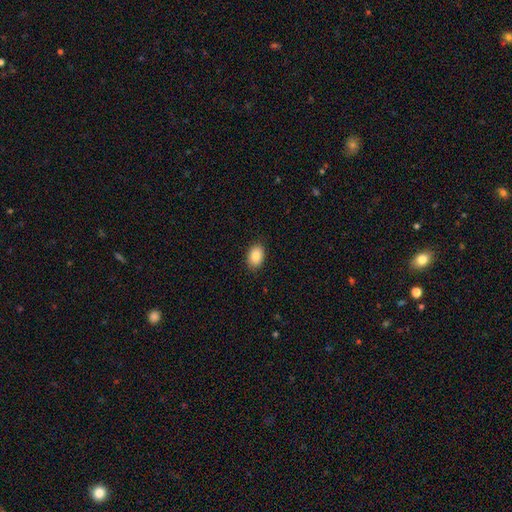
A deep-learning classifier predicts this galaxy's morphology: Overall: smooth (87%). How rounded: in between (82%). Merging: none (88%).